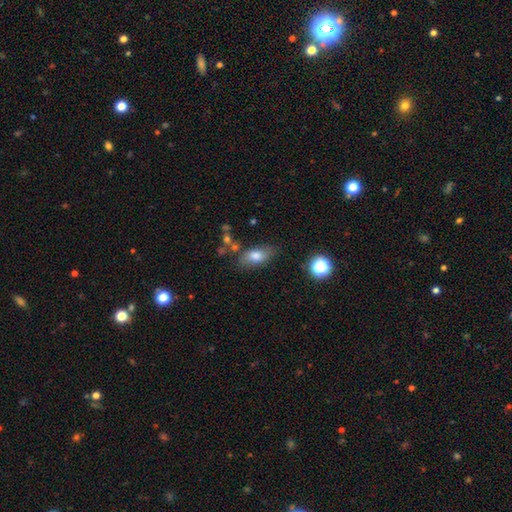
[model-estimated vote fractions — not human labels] Smooth or featured: smooth — 78% (featured or disk — 13%)
How rounded: in between — 86% (round — 7%)
Merging: none — 72% (minor disturbance — 17%)